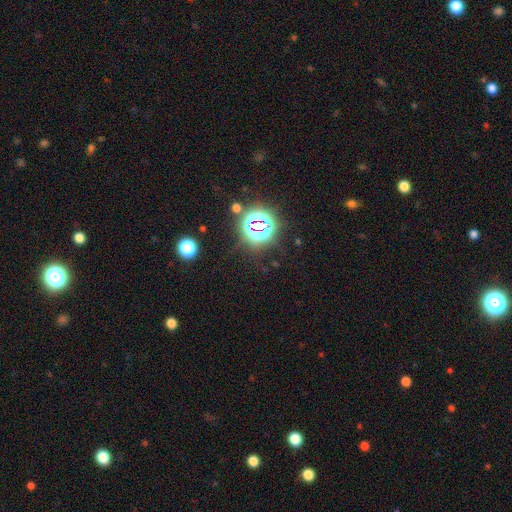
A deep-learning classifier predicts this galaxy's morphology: star or artifact 80%, smooth 14%, featured or disk 6%.